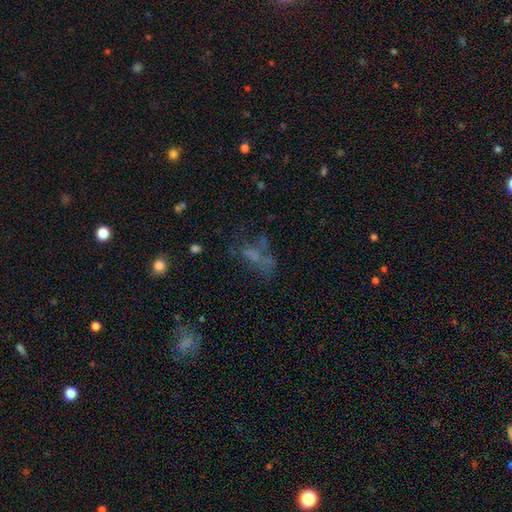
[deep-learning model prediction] Smooth or featured: smooth — 40% (featured or disk — 34%)
Merging: none — 38% (major disturbance — 33%)